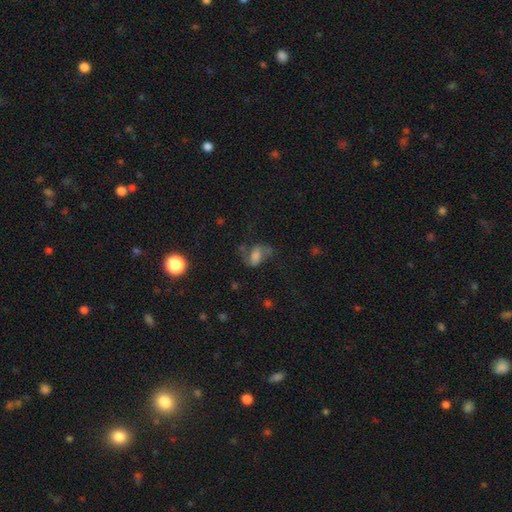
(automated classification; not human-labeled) smooth_or_featured: smooth (p=0.46) [alt: featured or disk p=0.39]
merging: none (p=0.40) [alt: major disturbance p=0.29]